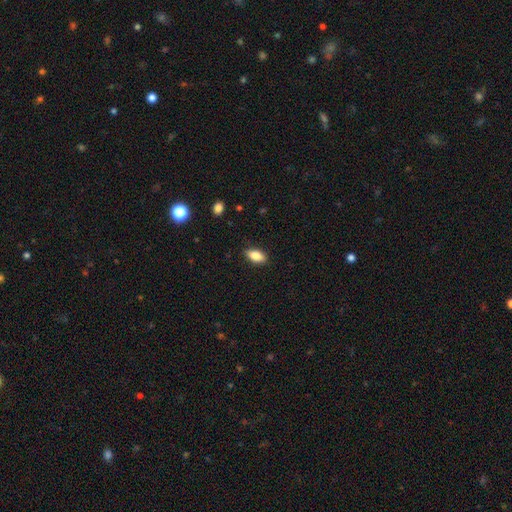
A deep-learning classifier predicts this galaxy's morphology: The model was most divided on "smooth or featured": smooth: 85%, featured or disk: 8%, star or artifact: 7%. More confident: how rounded — in between (89%); merging — none (87%).